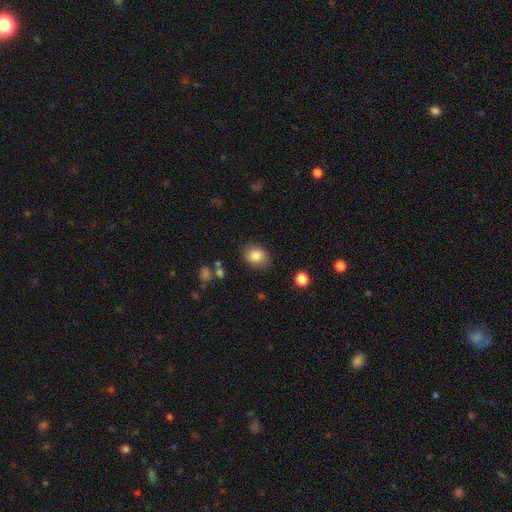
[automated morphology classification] smooth 84%, star or artifact 9%, featured or disk 6%. Down the decision tree: how rounded — round (57%); merging — none (83%).